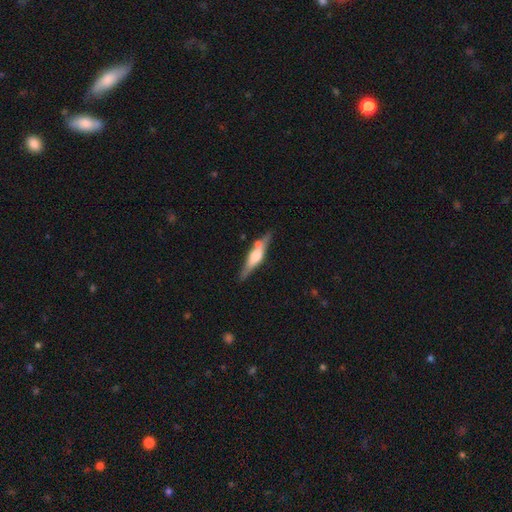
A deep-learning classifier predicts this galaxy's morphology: A featured or disk galaxy (65%) viewed edge-on (95%) with a rounded central bulge (76%). Merging: none (75%).